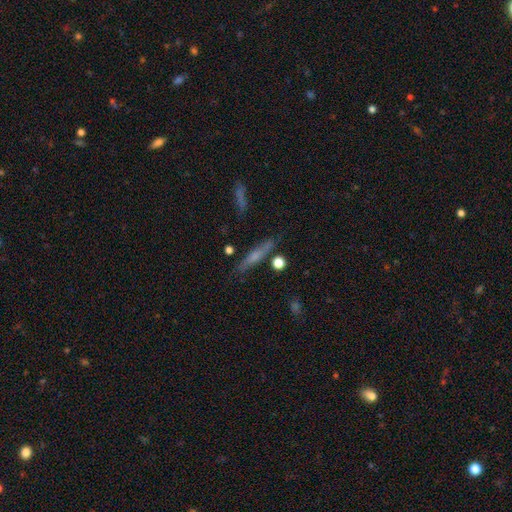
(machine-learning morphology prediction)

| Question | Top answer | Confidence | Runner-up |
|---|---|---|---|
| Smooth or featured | smooth | 48% | featured or disk (42%) |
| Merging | none | 80% | minor disturbance (12%) |